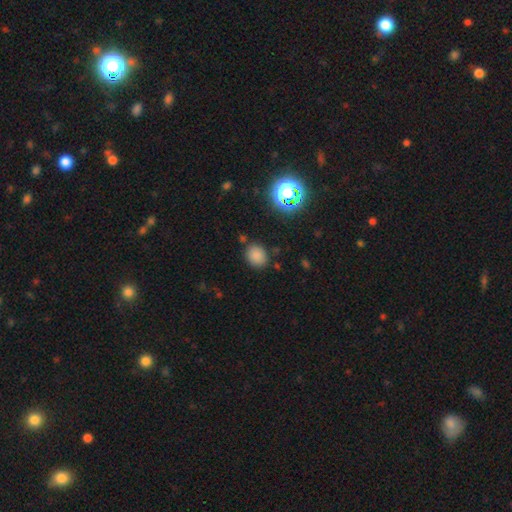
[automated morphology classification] type=smooth (79%); roundness=round (53%); merging=none (81%).